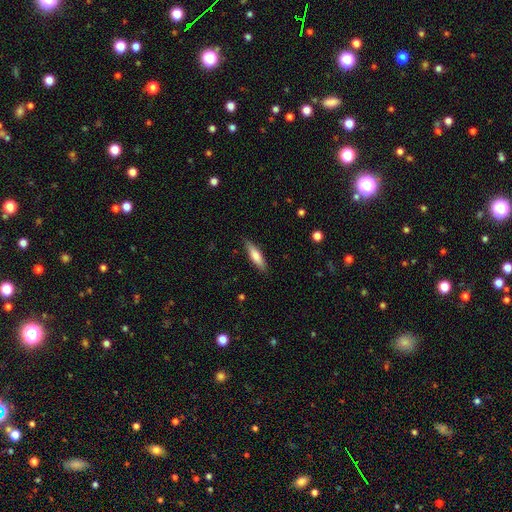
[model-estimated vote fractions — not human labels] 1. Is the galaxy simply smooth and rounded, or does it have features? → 68% smooth, 26% featured or disk, 6% star or artifact.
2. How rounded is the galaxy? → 69% cigar-shaped, 29% in between, 2% round.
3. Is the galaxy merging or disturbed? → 87% none, 10% minor disturbance, 2% major disturbance, 1% merger.